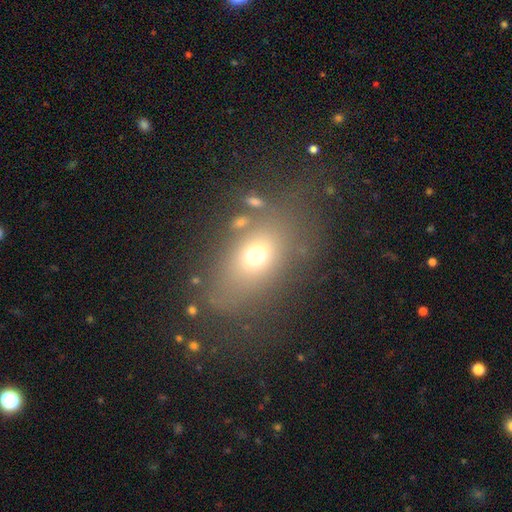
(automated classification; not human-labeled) smooth 66%, star or artifact 17%, featured or disk 17%. Down the decision tree: how rounded — in between (66%); merging — none (65%).